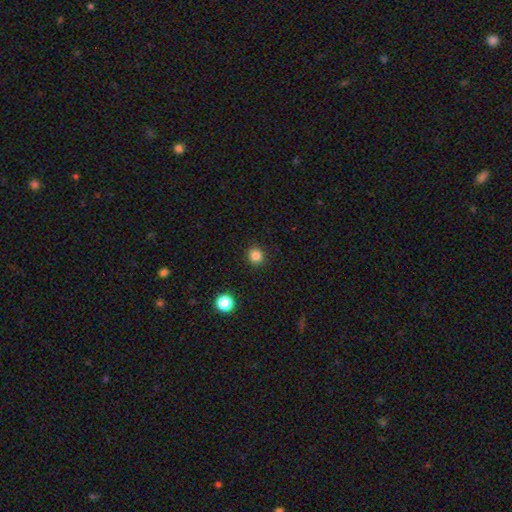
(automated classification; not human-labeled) smooth_or_featured: smooth (p=0.84) [alt: star or artifact p=0.12]
how_rounded: round (p=0.89) [alt: in between p=0.10]
merging: none (p=0.92) [alt: minor disturbance p=0.05]